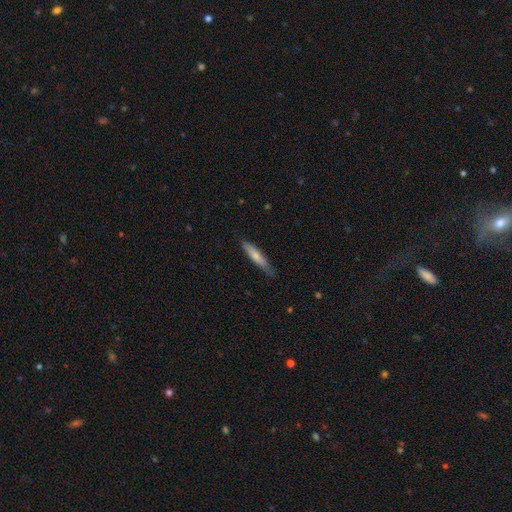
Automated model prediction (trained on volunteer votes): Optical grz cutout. It shows a smooth galaxy with no disk features (71%) that is cigar-shaped (87%). Merging: none (75%).